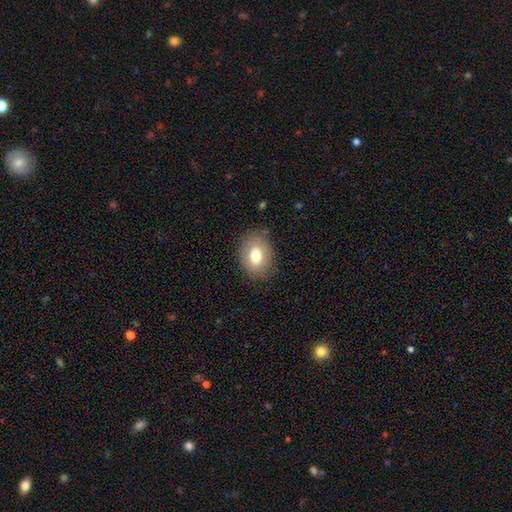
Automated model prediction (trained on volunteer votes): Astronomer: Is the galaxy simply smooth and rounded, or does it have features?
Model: smooth — 73%.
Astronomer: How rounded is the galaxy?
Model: in between — 63%.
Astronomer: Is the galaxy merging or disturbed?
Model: none — 83%.